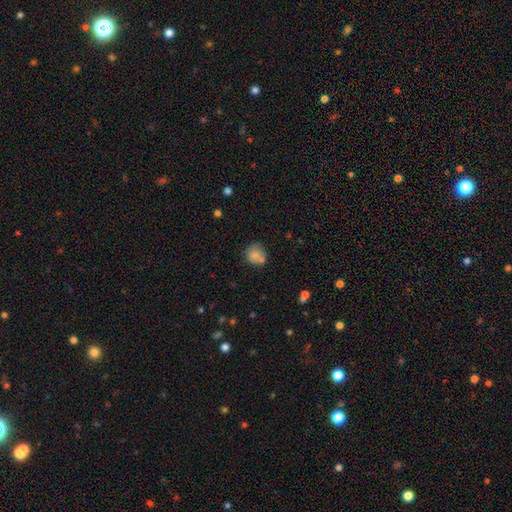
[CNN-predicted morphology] smooth-or-featured: smooth: 79% | featured or disk: 12% | star or artifact: 9%
  how-rounded: round: 88% | in between: 11% | cigar-shaped: 1%
  merging: none: 62% | merger: 17% | minor disturbance: 16% | major disturbance: 5%